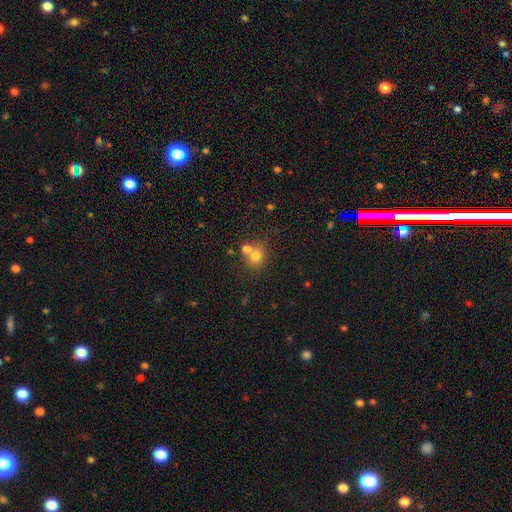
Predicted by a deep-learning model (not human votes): smooth_or_featured: smooth (p=0.75) [alt: star or artifact p=0.14]
how_rounded: round (p=0.72) [alt: in between p=0.27]
merging: none (p=0.49) [alt: merger p=0.39]